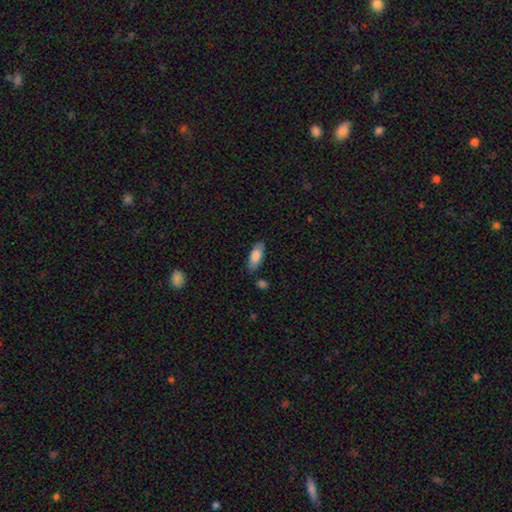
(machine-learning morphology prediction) This is clearly a smooth galaxy (83%). How rounded: likely in between (80%). Merging: clearly none (81%).